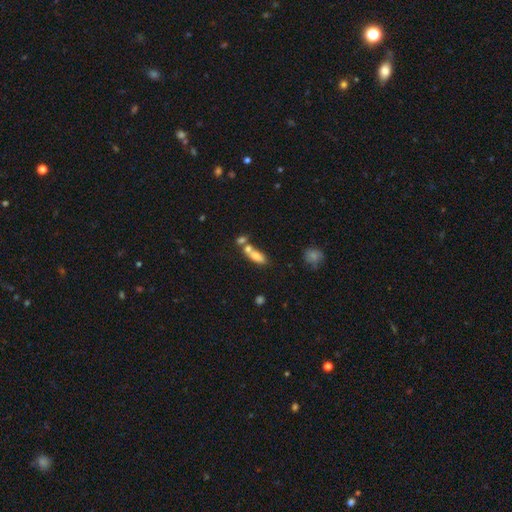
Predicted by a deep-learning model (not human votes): The model was most divided on "merging": merger: 50%, none: 33%, minor disturbance: 11%, major disturbance: 6%. More confident: how rounded — in between (71%); smooth or featured — smooth (69%).